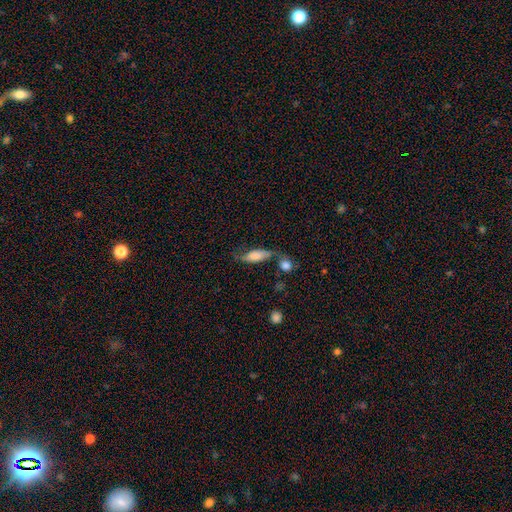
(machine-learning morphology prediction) This appears to be a smooth galaxy with no disk features (68%) that is in between round and cigar-shaped (72%). Merging: none (42%).